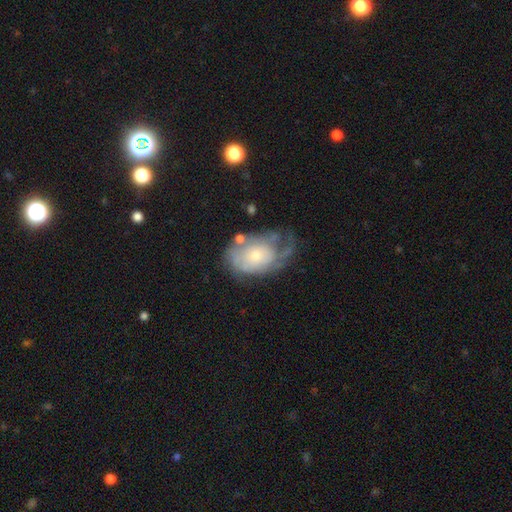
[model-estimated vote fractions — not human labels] This appears to be a featured or disk galaxy (62%) with no bar (83%), spiral arms (64%) and a small central bulge (56%). Merging: none (35%).